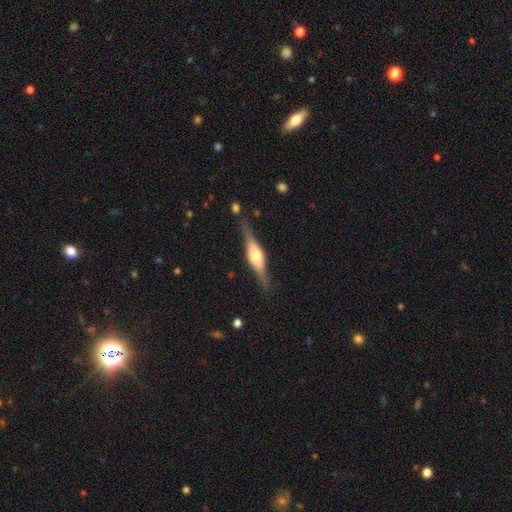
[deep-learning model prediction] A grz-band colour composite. It shows a featured or disk galaxy (71%) viewed edge-on (96%) with a rounded central bulge (82%). Merging: none (83%).